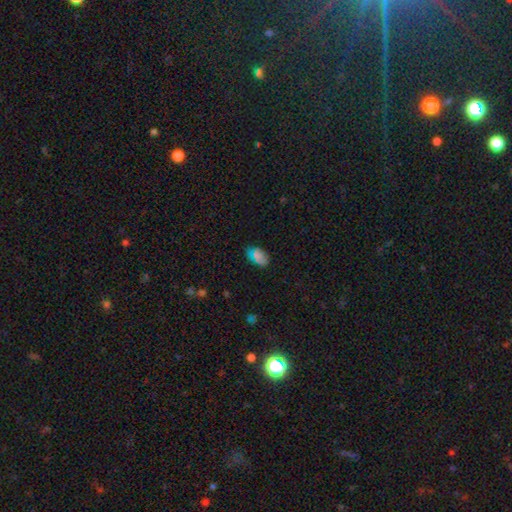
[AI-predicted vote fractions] Overall: smooth (70%). How rounded: in between (93%). Merging: none (77%).